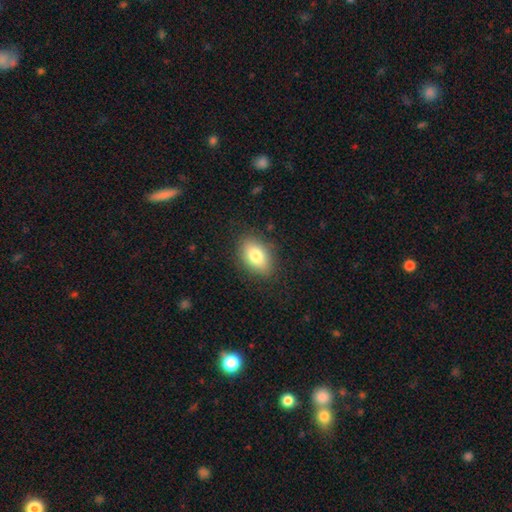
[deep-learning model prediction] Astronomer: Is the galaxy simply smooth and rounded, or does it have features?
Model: smooth — 80%.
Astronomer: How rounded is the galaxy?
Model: in between — 87%.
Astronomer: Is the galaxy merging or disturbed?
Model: none — 85%.